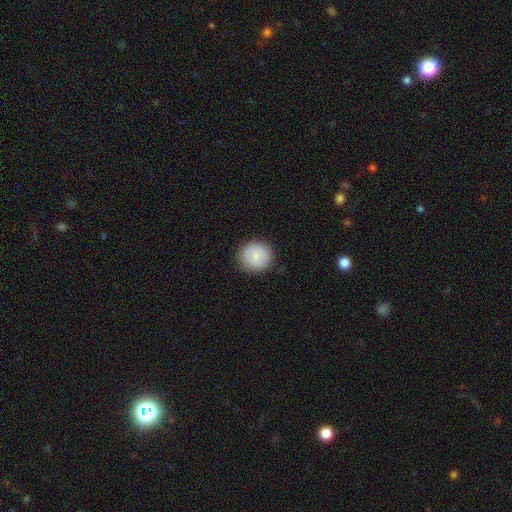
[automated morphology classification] A smooth galaxy with no disk features (81%) that is round (90%). Merging: none (88%).